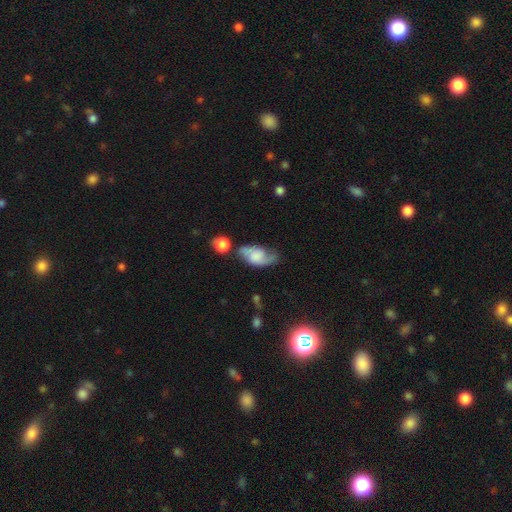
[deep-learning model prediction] featured or disk 59%, smooth 33%, star or artifact 8%. Down the decision tree: edge-on disk — no (93%); bar — no (63%); spiral arms — yes (86%); bulge size — none (31%); merging — none (49%).